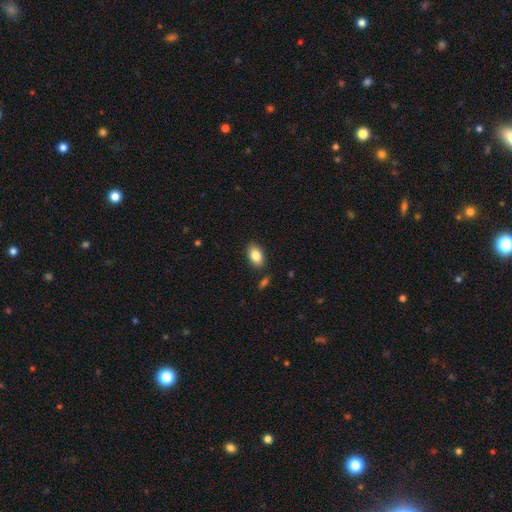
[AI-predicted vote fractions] A smooth galaxy with no disk features (85%) that is in between round and cigar-shaped (89%).

Vote fractions:
- Smooth or featured? smooth: 85% / featured or disk: 8% / star or artifact: 7%
- How rounded? in between: 89% / round: 9% / cigar-shaped: 2%
- Merging? none: 85% / minor disturbance: 10% / merger: 3% / major disturbance: 2%